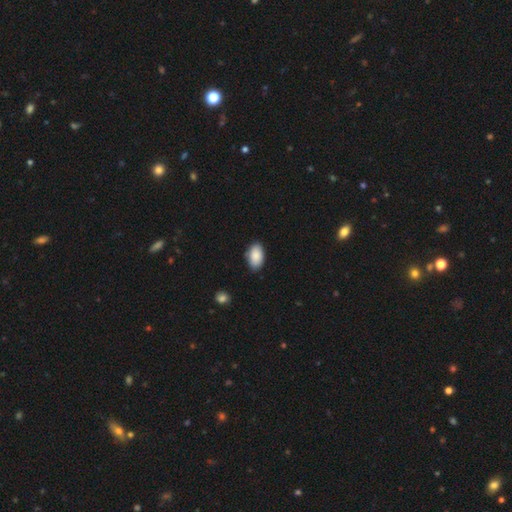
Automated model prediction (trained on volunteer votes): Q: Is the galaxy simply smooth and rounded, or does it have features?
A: smooth — 89%.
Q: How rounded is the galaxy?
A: in between — 94%.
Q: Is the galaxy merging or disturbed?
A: none — 82%.